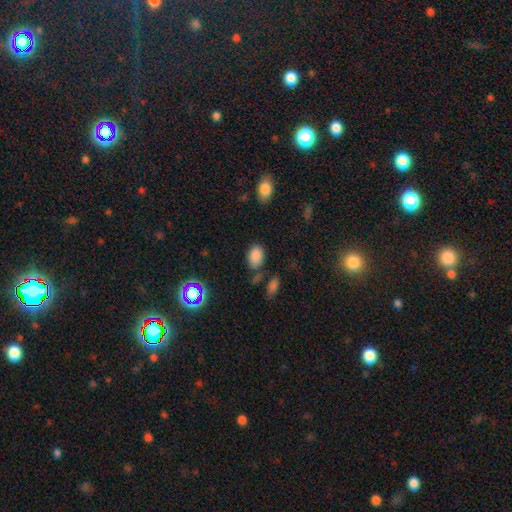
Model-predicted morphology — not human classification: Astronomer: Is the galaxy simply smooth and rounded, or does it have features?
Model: smooth — 83%.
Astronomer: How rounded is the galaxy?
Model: in between — 85%.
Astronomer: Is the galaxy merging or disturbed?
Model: none — 71%.